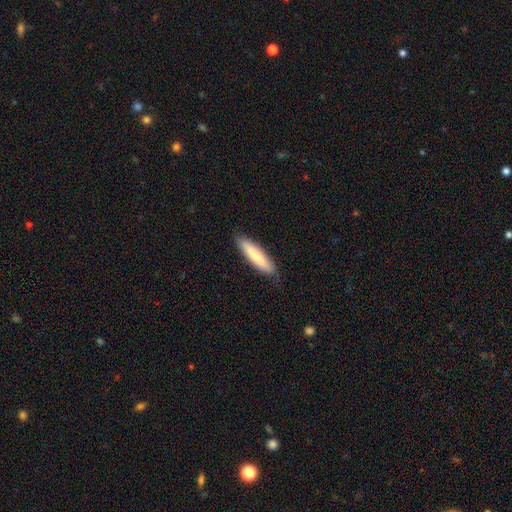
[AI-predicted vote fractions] Overall: smooth (79%). How rounded: cigar-shaped (79%). Merging: none (85%).